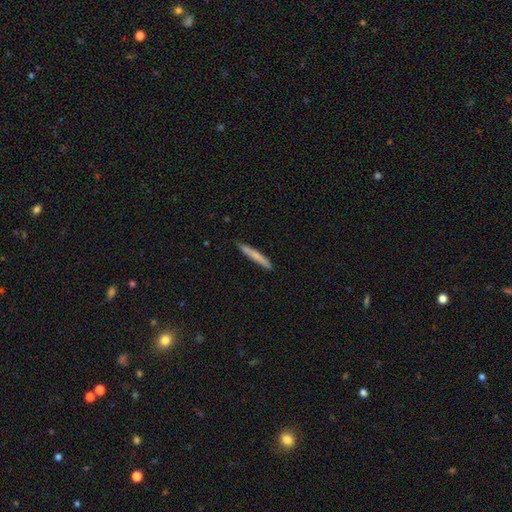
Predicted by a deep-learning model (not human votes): Smooth or featured?
  - smooth: 73% *
  - featured or disk: 22%
  - star or artifact: 6%
How rounded?
  - cigar-shaped: 96% *
  - in between: 3%
  - round: 1%
Merging?
  - none: 86% *
  - minor disturbance: 11%
  - major disturbance: 2%
  - merger: 1%